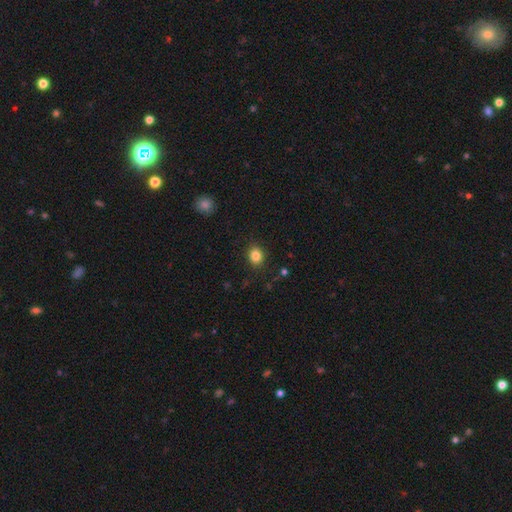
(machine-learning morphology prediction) The model was most divided on "how rounded": round: 62%, in between: 37%, cigar-shaped: 1%. More confident: merging — none (88%); smooth or featured — smooth (84%).